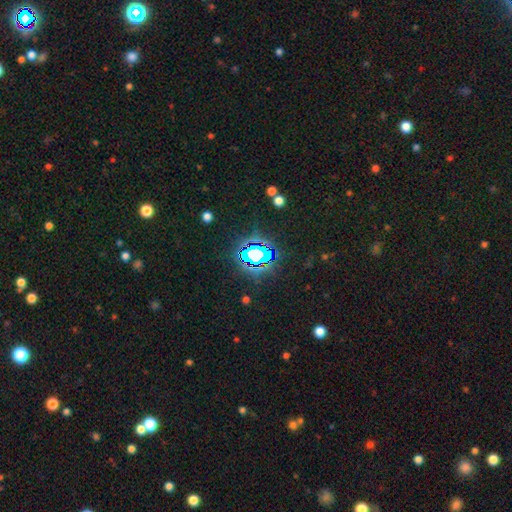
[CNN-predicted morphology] A star or artifact, not a galaxy (70%).